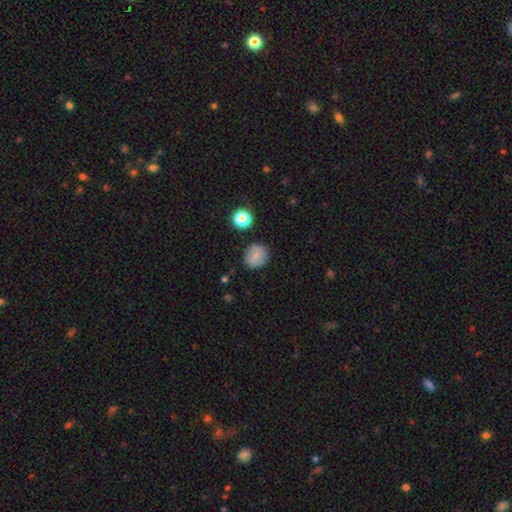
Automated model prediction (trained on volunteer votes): A smooth galaxy with no disk features (75%) that is round (82%). Merging: none (86%).